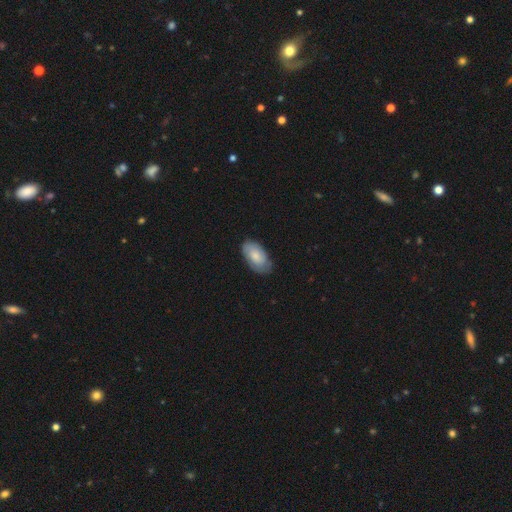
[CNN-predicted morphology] This appears to be a smooth galaxy with no disk features (63%) that is in between round and cigar-shaped (94%). Merging: none (70%).